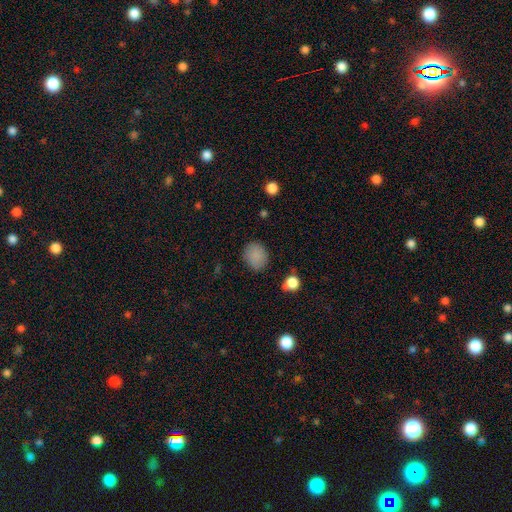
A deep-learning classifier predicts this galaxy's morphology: This is clearly a smooth galaxy (85%). How rounded: likely round (65%). Merging: clearly none (82%).